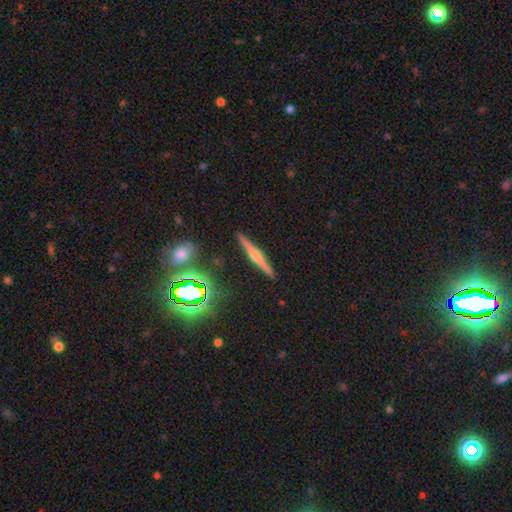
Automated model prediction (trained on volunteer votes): smooth_or_featured: featured or disk (p=0.67) [alt: smooth p=0.22]
disk_edge_on: yes (p=0.98) [alt: no p=0.02]
edge_on_bulge: rounded (p=0.77) [alt: boxy p=0.15]
merging: none (p=0.91) [alt: minor disturbance p=0.06]